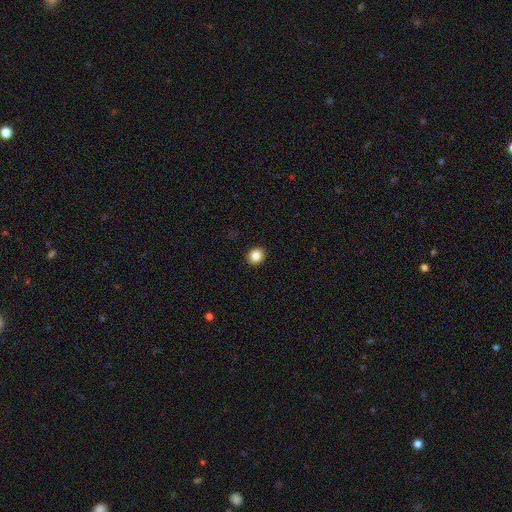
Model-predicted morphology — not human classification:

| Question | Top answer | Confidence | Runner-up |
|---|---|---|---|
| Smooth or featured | smooth | 85% | star or artifact (10%) |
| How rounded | round | 75% | in between (24%) |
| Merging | none | 92% | minor disturbance (5%) |